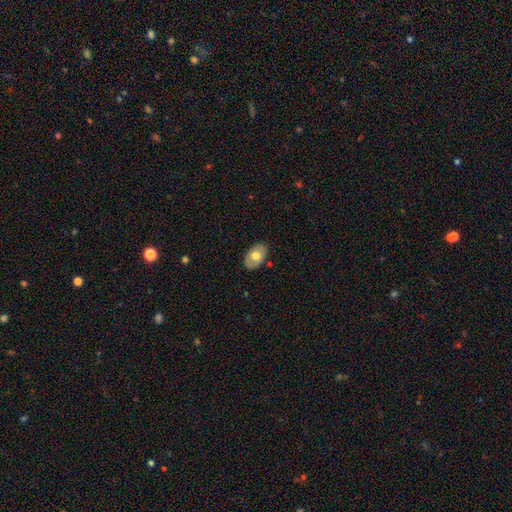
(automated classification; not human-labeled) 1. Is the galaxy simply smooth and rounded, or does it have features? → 61% smooth, 33% featured or disk, 6% star or artifact.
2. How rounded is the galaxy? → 88% in between, 11% round, 1% cigar-shaped.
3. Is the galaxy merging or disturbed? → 84% none, 12% minor disturbance, 2% major disturbance, 1% merger.